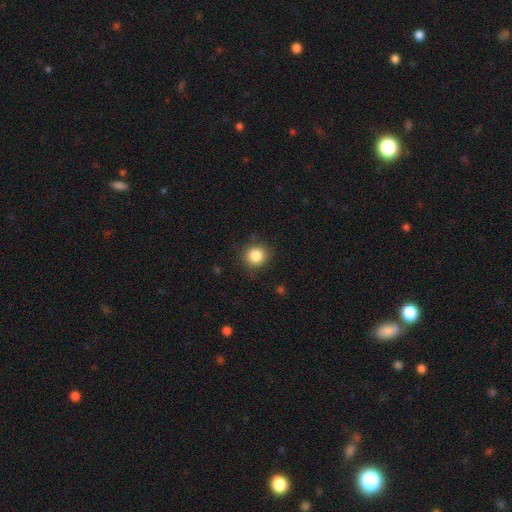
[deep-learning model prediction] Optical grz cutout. It shows a smooth galaxy with no disk features (85%) that is round (88%). Merging: none (87%).